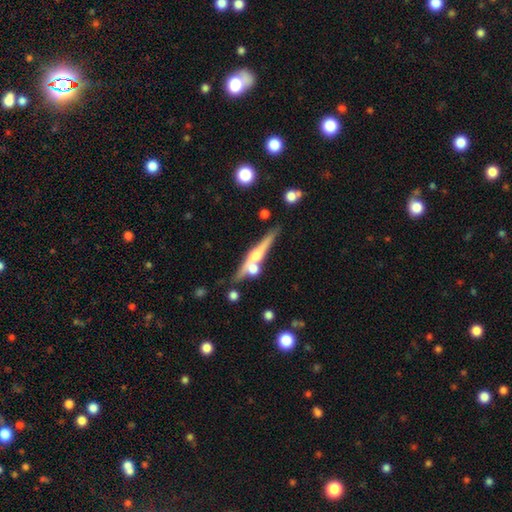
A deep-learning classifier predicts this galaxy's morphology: A featured or disk galaxy (65%) viewed edge-on (95%) with a rounded central bulge (83%). Merging: none (68%).